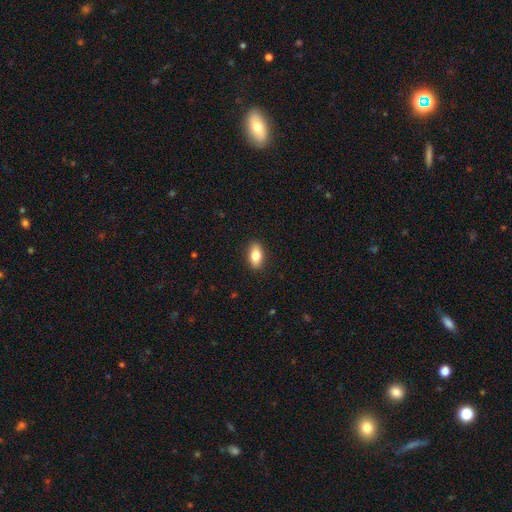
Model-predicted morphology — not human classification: This appears to be a smooth galaxy with no disk features (81%) that is in between round and cigar-shaped (89%). Merging: none (89%).